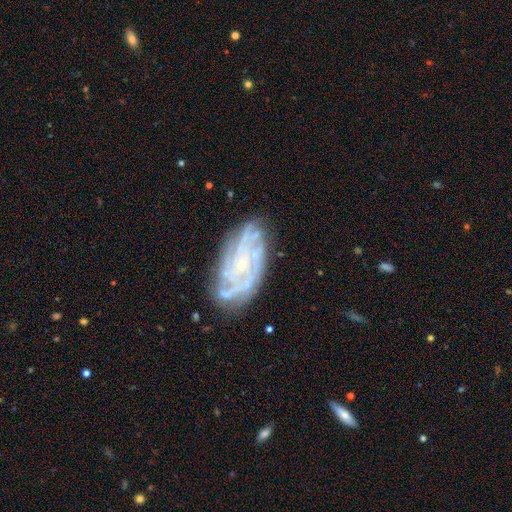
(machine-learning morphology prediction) Q: Smooth or featured?
A: featured or disk (82%); runner-up: smooth (10%)
Q: Edge-on disk?
A: no (94%); runner-up: yes (6%)
Q: Bar?
A: no (70%); runner-up: weak (24%)
Q: Spiral arms?
A: yes (94%); runner-up: no (6%)
Q: Spiral winding?
A: tight (63%); runner-up: medium (29%)
Q: Spiral arm count?
A: can't tell (30%); runner-up: 4 (24%)
Q: Bulge size?
A: small (79%); runner-up: moderate (16%)
Q: Merging?
A: none (77%); runner-up: minor disturbance (16%)